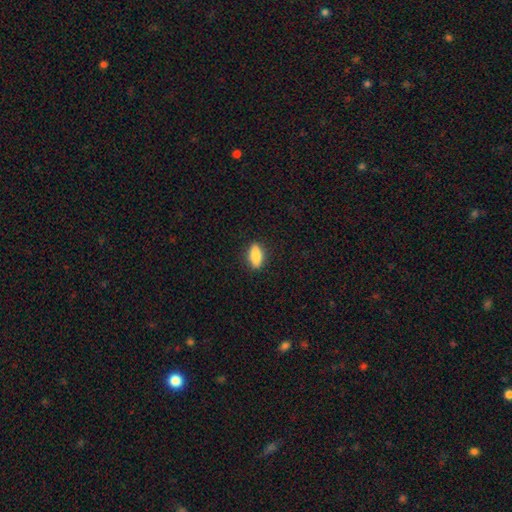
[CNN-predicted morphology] A smooth galaxy with no disk features (80%) that is in between round and cigar-shaped (76%).

Vote fractions:
- Smooth or featured? smooth: 80% / featured or disk: 13% / star or artifact: 7%
- How rounded? in between: 76% / cigar-shaped: 19% / round: 4%
- Merging? none: 88% / minor disturbance: 9% / major disturbance: 2% / merger: 1%